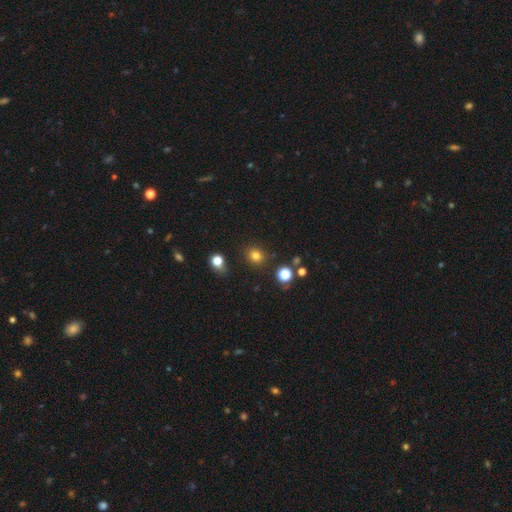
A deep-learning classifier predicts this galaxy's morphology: Smooth or featured?
  - smooth: 79% *
  - star or artifact: 15%
  - featured or disk: 5%
How rounded?
  - round: 81% *
  - in between: 18%
  - cigar-shaped: 1%
Merging?
  - none: 85% *
  - minor disturbance: 9%
  - merger: 3%
  - major disturbance: 3%